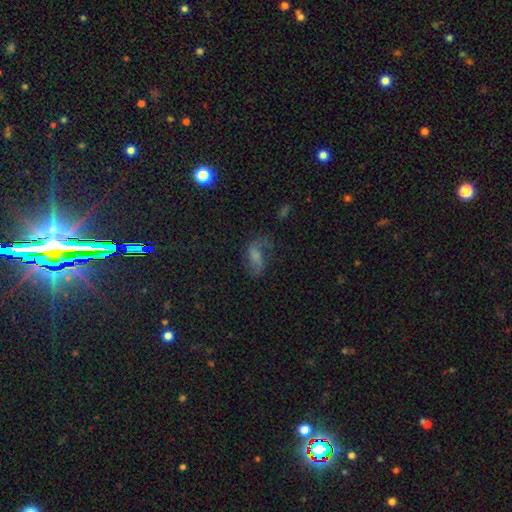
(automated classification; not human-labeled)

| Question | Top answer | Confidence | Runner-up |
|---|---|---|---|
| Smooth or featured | featured or disk | 50% | smooth (35%) |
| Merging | none | 51% | major disturbance (24%) |